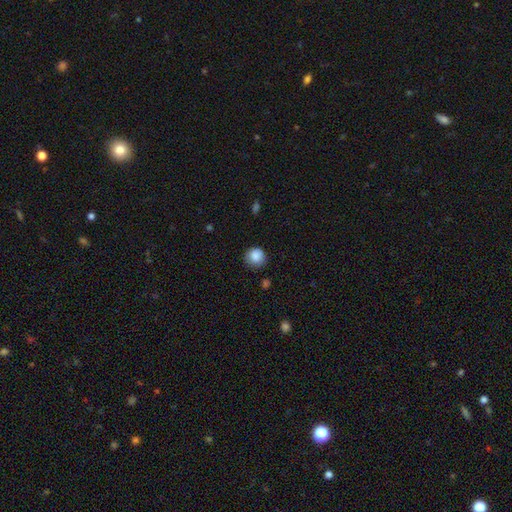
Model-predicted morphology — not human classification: Smooth or featured: smooth — 86% (star or artifact — 9%)
How rounded: round — 91% (in between — 8%)
Merging: none — 80% (minor disturbance — 15%)